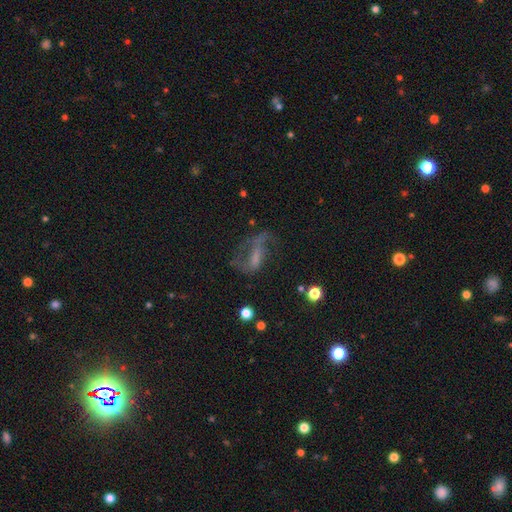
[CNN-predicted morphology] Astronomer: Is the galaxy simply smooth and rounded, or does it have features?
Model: featured or disk — 57%.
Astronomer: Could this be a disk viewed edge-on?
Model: no — 92%.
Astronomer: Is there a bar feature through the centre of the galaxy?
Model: no — 45% (runner-up: weak, 35%).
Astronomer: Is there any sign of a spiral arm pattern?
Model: yes — 62% (runner-up: no, 38%).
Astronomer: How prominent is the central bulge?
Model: none — 48% (runner-up: small, 26%).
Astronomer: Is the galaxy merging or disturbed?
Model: major disturbance — 39% (runner-up: none, 38%).